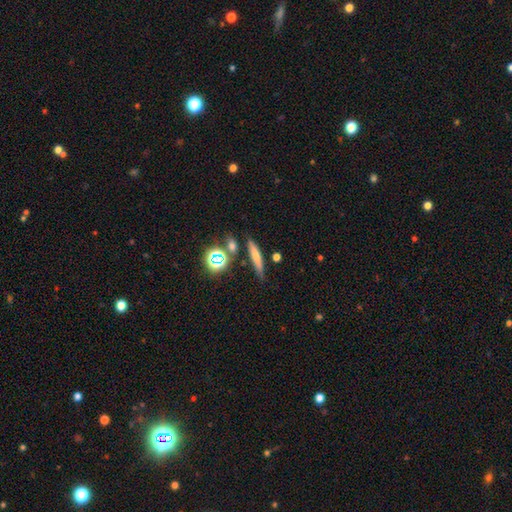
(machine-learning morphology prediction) Q: Smooth or featured?
A: smooth (61%); runner-up: featured or disk (24%)
Q: How rounded?
A: cigar-shaped (80%); runner-up: in between (12%)
Q: Merging?
A: none (74%); runner-up: minor disturbance (13%)